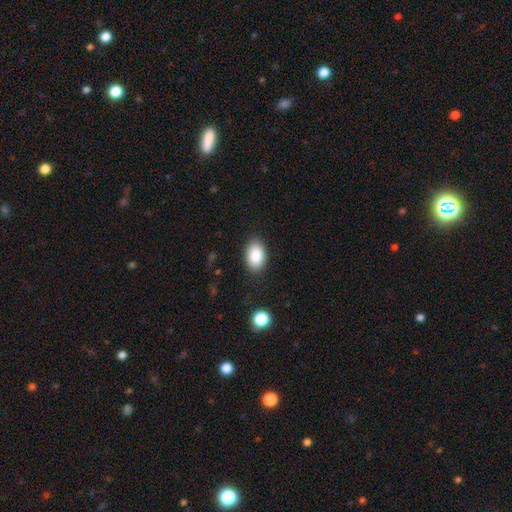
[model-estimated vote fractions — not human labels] A smooth galaxy with no disk features (87%) that is in between round and cigar-shaped (91%). Merging: none (86%).